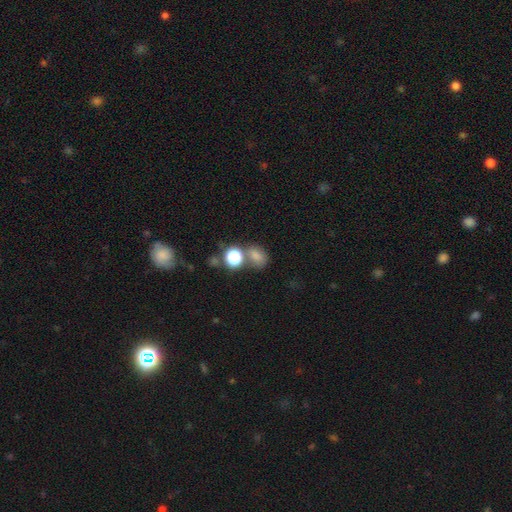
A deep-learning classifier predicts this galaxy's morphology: Smooth or featured? smooth (74%)
How rounded? in between (58%)
Merging? none (54%)